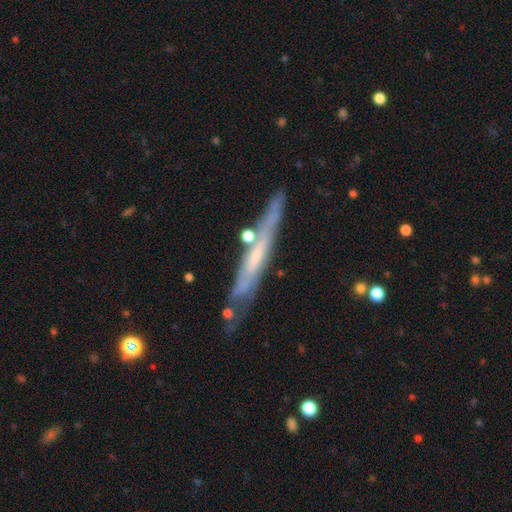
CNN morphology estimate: A featured or disk galaxy (66%) viewed edge-on (84%) with no central bulge (67%).

Vote fractions:
- Smooth or featured? featured or disk: 66% / smooth: 28% / star or artifact: 7%
- Edge-on disk? yes: 84% / no: 16%
- Edge-on bulge? none: 67% / rounded: 26% / boxy: 7%
- Merging? none: 71% / minor disturbance: 19% / merger: 6% / major disturbance: 4%